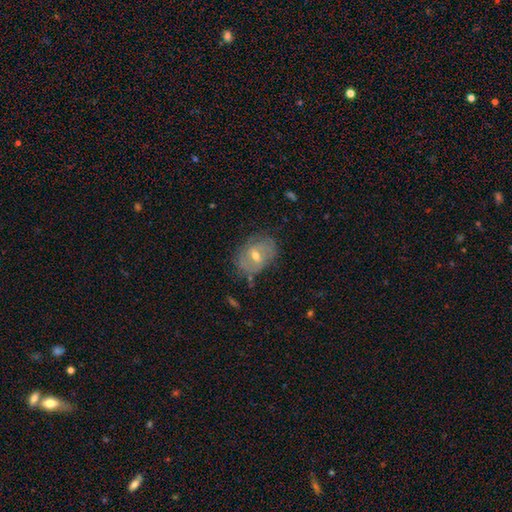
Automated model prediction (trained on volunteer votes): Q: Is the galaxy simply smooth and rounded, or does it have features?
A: featured or disk — 61%.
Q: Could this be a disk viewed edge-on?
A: no — 94%.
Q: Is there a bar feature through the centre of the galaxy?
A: weak — 51%.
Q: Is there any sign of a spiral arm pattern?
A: yes — 64%.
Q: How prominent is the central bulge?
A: moderate — 64%.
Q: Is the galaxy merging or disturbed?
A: none — 69%.